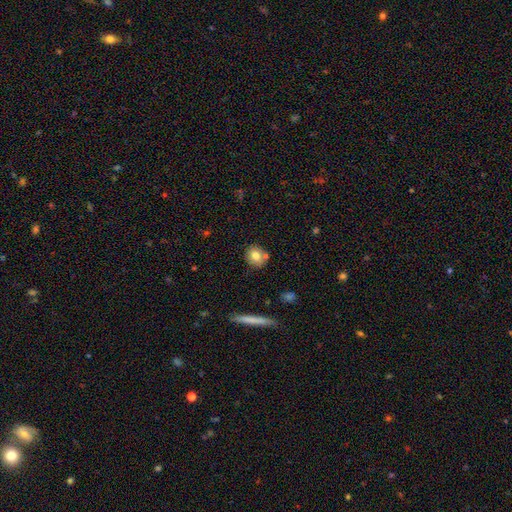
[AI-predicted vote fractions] A smooth galaxy with no disk features (76%) that is round (73%). Merging: none (76%).